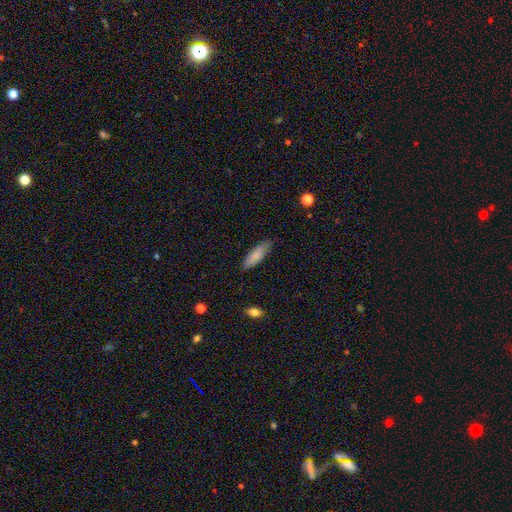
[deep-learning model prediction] smooth_or_featured: smooth (p=0.83) [alt: featured or disk p=0.11]
how_rounded: cigar-shaped (p=0.52) [alt: in between p=0.46]
merging: none (p=0.78) [alt: minor disturbance p=0.18]